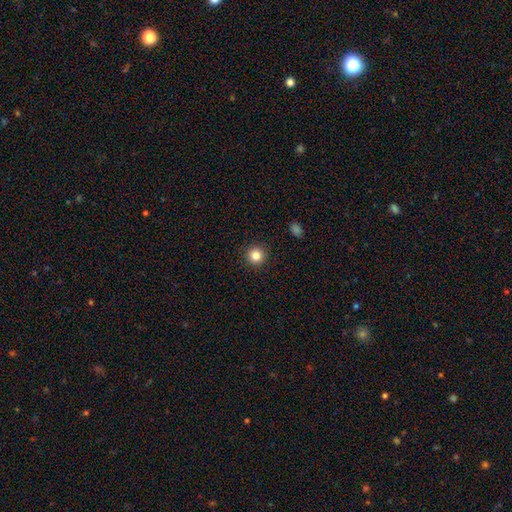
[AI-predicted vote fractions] Overall: smooth (83%). How rounded: round (95%). Merging: none (93%).